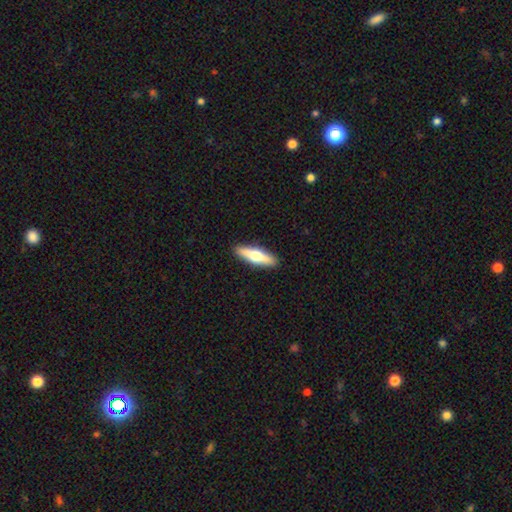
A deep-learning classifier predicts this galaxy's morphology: A smooth galaxy with no disk features (48%).

Vote fractions:
- Smooth or featured? smooth: 48% / featured or disk: 47% / star or artifact: 5%
- Merging? none: 91% / minor disturbance: 6% / major disturbance: 1% / merger: 1%